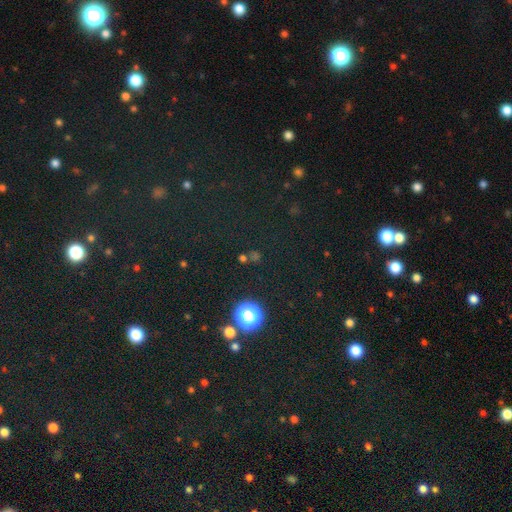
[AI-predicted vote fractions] smooth-or-featured: star or artifact: 64% | smooth: 28% | featured or disk: 8%